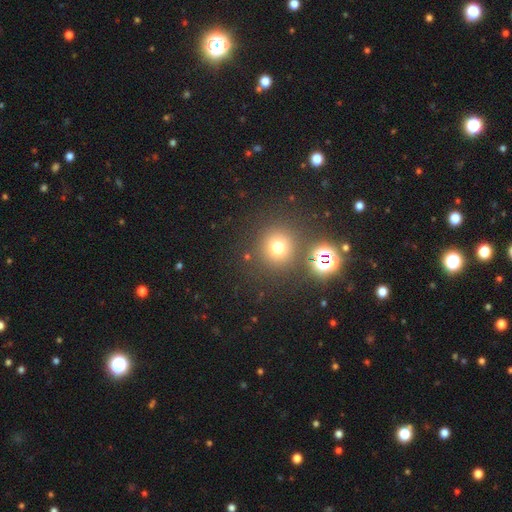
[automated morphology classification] Overall: smooth (47%; star or artifact 46%). Merging: none (82%).